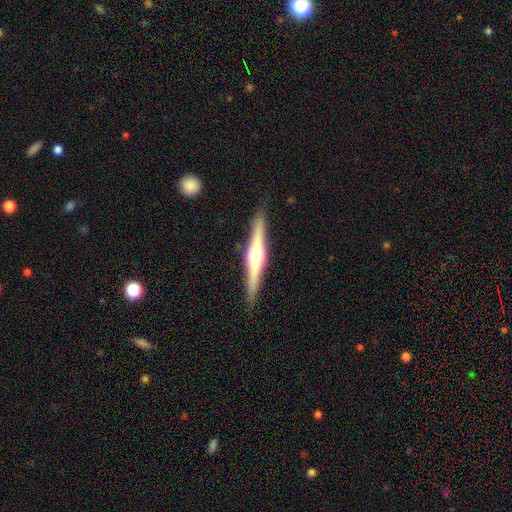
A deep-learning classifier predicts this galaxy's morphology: A featured or disk galaxy (75%) viewed edge-on (98%) with a rounded central bulge (91%). Merging: none (90%).